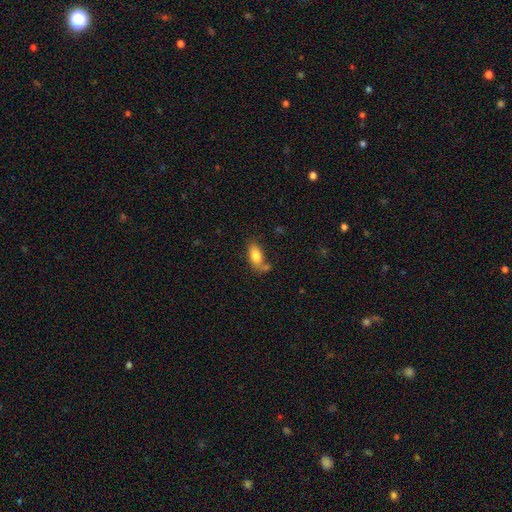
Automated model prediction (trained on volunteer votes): A smooth galaxy with no disk features (81%) that is in between round and cigar-shaped (88%). Merging: none (54%).